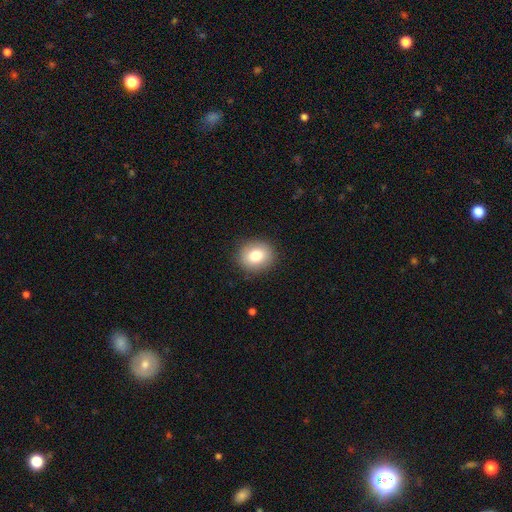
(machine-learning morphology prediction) Smooth or featured: smooth — 80% (featured or disk — 10%)
How rounded: round — 70% (in between — 30%)
Merging: none — 89% (minor disturbance — 8%)